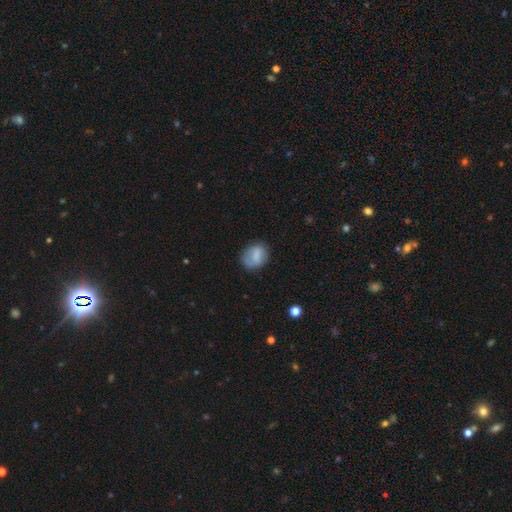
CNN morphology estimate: A smooth galaxy with no disk features (73%) that is in between round and cigar-shaped (51%).

Vote fractions:
- Smooth or featured? smooth: 73% / featured or disk: 19% / star or artifact: 8%
- How rounded? in between: 51% / round: 47% / cigar-shaped: 1%
- Merging? none: 69% / minor disturbance: 21% / major disturbance: 7% / merger: 2%